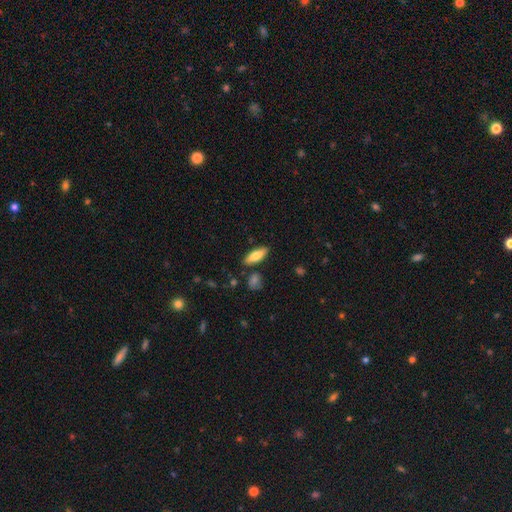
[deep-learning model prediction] smooth_or_featured: smooth (p=0.76) [alt: featured or disk p=0.18]
how_rounded: in between (p=0.64) [alt: cigar-shaped p=0.33]
merging: none (p=0.84) [alt: minor disturbance p=0.10]